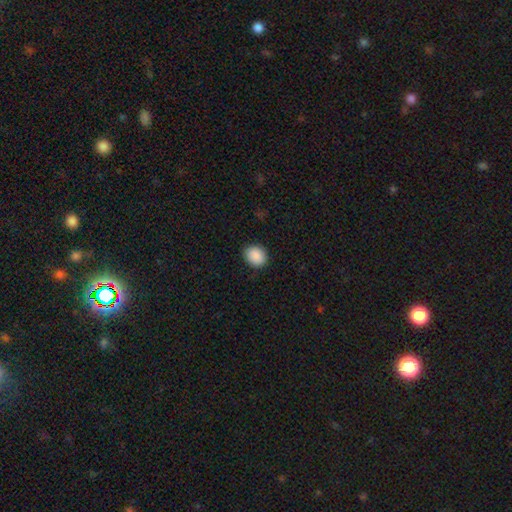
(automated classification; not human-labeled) The model was most divided on "how rounded": round: 57%, in between: 42%, cigar-shaped: 1%. More confident: smooth or featured — smooth (90%); merging — none (87%).